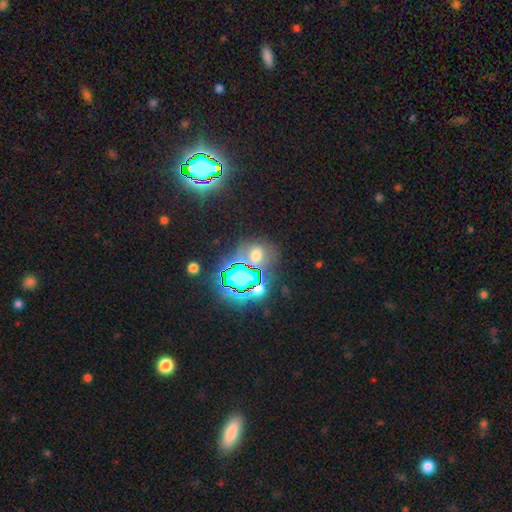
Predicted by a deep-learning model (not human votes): Q: Smooth or featured?
A: star or artifact (47%); runner-up: smooth (40%)